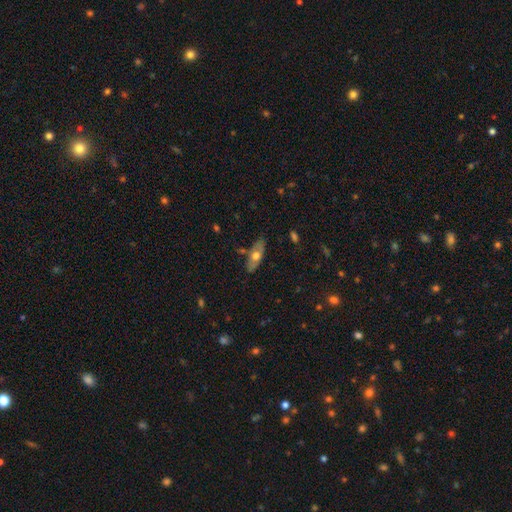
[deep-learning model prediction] Smooth or featured? smooth (55%)
How rounded? in between (72%)
Merging? none (79%)